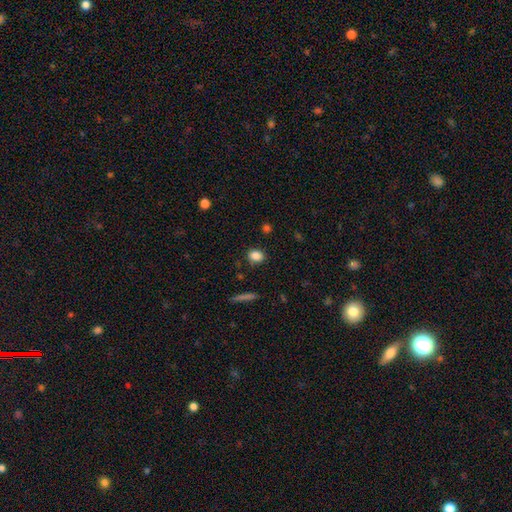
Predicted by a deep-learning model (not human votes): Morphology: type=smooth (85%); roundness=in between (50%); merging=none (85%).